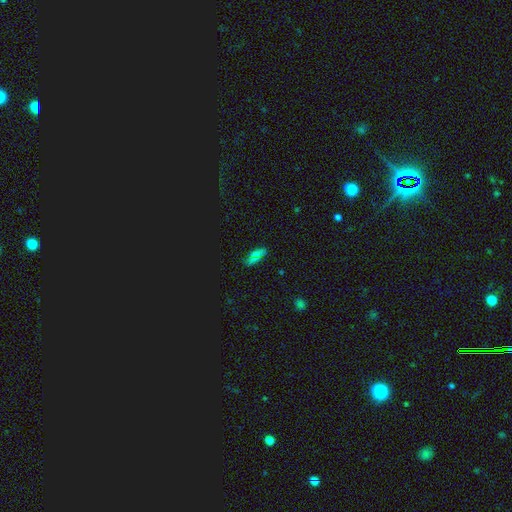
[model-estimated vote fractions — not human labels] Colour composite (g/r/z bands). It shows a smooth galaxy with no disk features (56%) that is in between round and cigar-shaped (72%). Merging: none (75%).